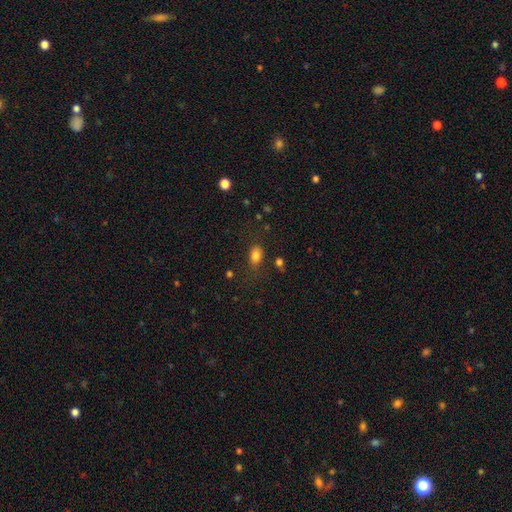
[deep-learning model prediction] Smooth or featured? Predicted: smooth (p=0.81). How rounded? Predicted: in between (p=0.77). Merging? Predicted: none (p=0.72).